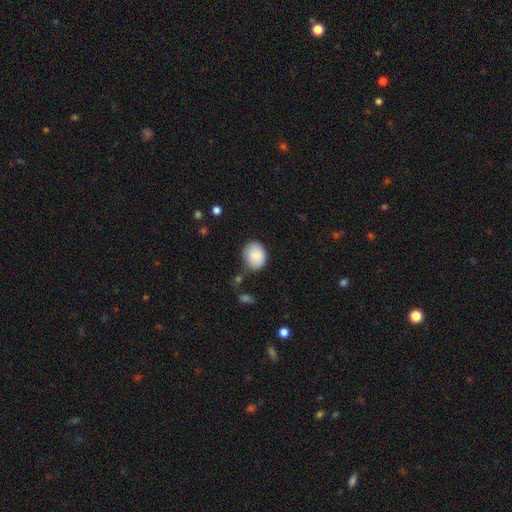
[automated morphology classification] A smooth galaxy with no disk features (86%) that is in between round and cigar-shaped (51%). Merging: none (72%).